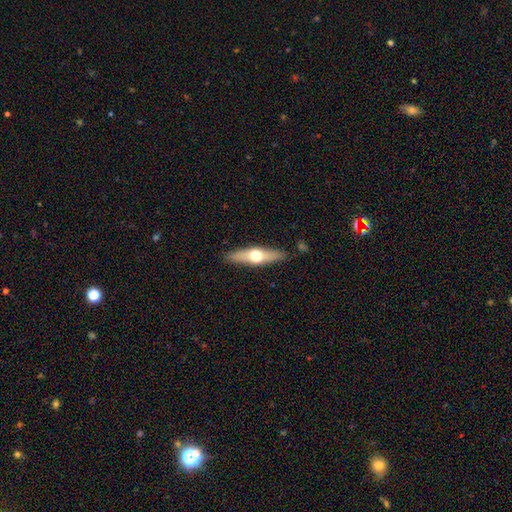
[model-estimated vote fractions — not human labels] Q: Smooth or featured?
A: featured or disk (53%); runner-up: smooth (42%)
Q: Edge-on disk?
A: yes (89%); runner-up: no (11%)
Q: Merging?
A: none (87%); runner-up: minor disturbance (9%)